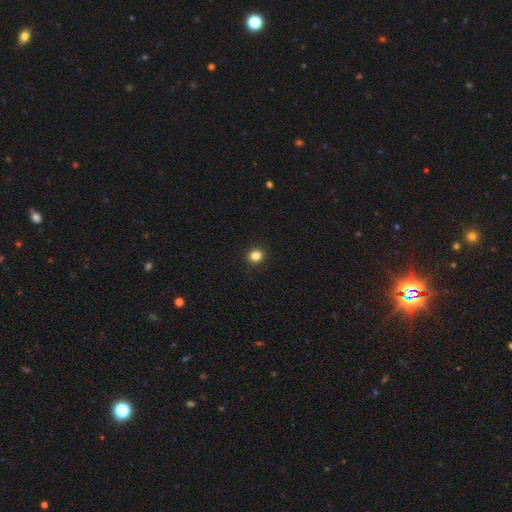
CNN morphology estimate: A smooth galaxy with no disk features (84%) that is round (83%). Merging: none (93%).